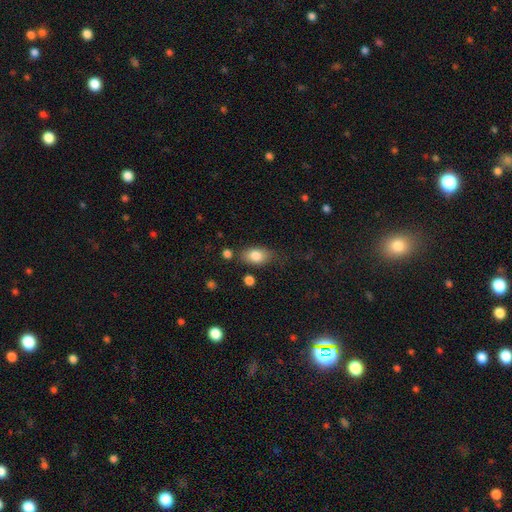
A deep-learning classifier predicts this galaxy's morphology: The model was most divided on "merging": none: 69%, minor disturbance: 21%, major disturbance: 6%, merger: 5%. More confident: how rounded — in between (87%); smooth or featured — smooth (82%).